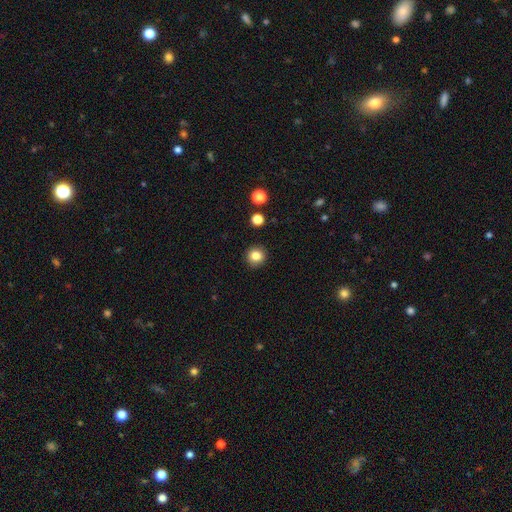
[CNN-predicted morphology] smooth-or-featured: smooth: 84% | star or artifact: 11% | featured or disk: 5%
  how-rounded: round: 93% | in between: 6% | cigar-shaped: 1%
  merging: none: 92% | minor disturbance: 5% | major disturbance: 2% | merger: 1%